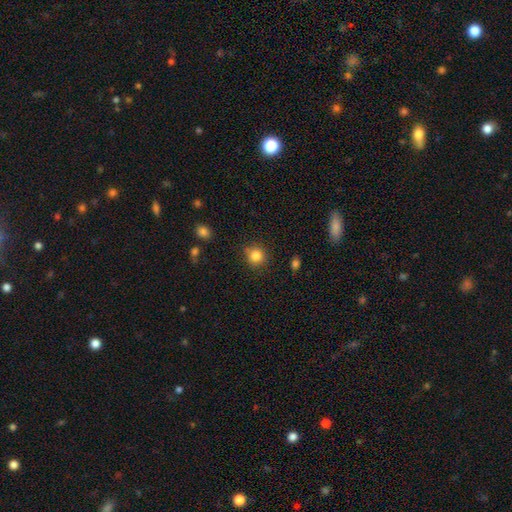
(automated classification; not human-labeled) Smooth or featured? smooth (84%)
How rounded? round (90%)
Merging? none (85%)